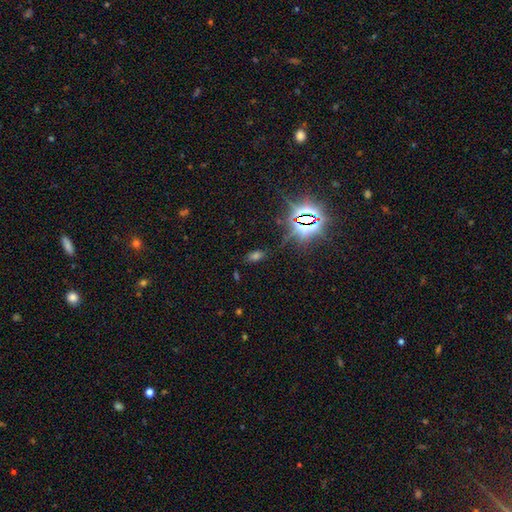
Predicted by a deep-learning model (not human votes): star or artifact 51%, smooth 39%, featured or disk 10%.